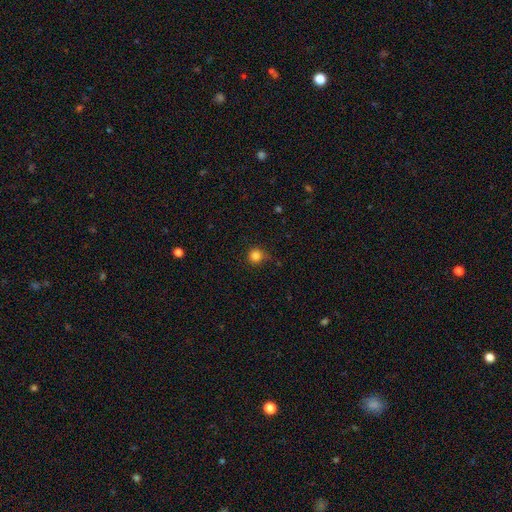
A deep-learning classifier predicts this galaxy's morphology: Smooth or featured: smooth — 84% (star or artifact — 12%)
How rounded: round — 94% (in between — 5%)
Merging: none — 80% (minor disturbance — 15%)